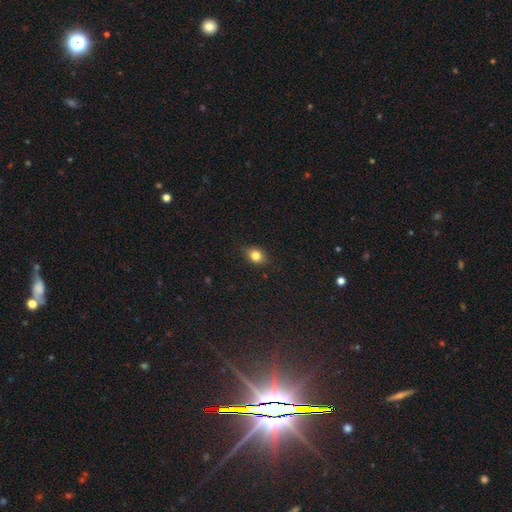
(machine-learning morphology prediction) The model was most divided on "how rounded": in between: 52%, round: 47%, cigar-shaped: 1%. More confident: merging — none (83%); smooth or featured — smooth (82%).